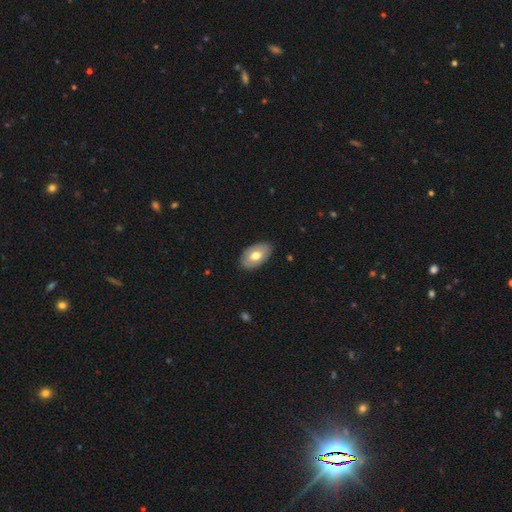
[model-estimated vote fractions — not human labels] smooth 63%, featured or disk 31%, star or artifact 6%. Down the decision tree: how rounded — in between (93%); merging — none (86%).